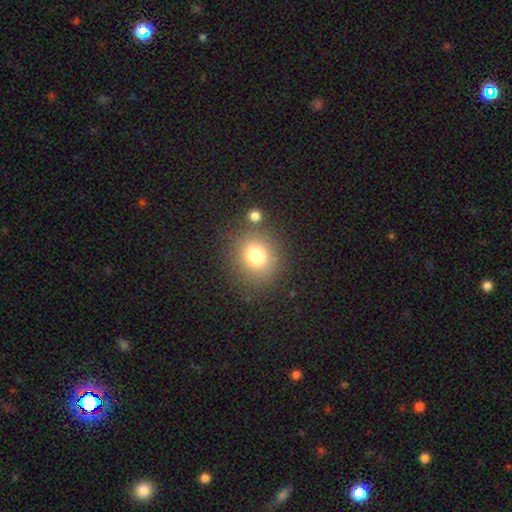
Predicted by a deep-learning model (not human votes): The model was most divided on "smooth or featured": smooth: 77%, star or artifact: 13%, featured or disk: 10%. More confident: how rounded — round (82%); merging — none (79%).